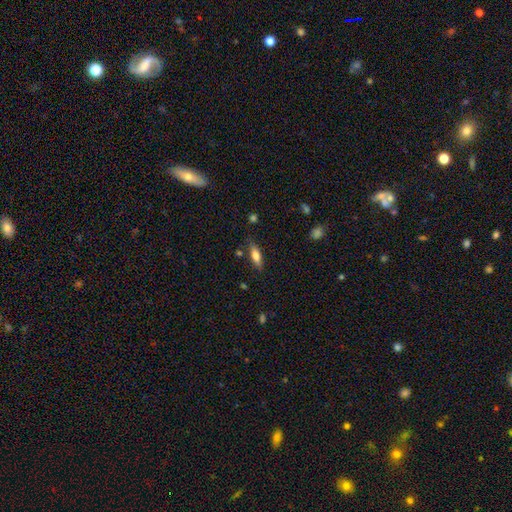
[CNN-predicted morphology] The model was most divided on "how rounded": in between: 52%, cigar-shaped: 46%, round: 2%. More confident: merging — none (80%); smooth or featured — smooth (67%).